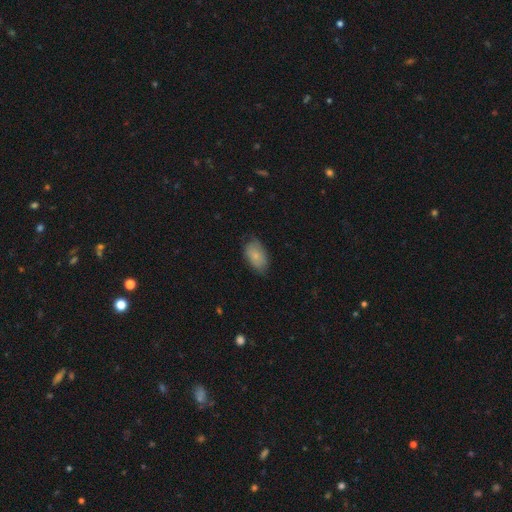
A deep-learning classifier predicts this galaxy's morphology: Smooth or featured? smooth (75%)
How rounded? in between (92%)
Merging? none (62%)